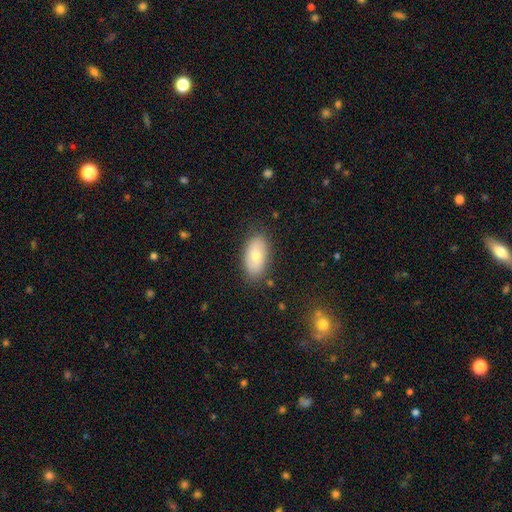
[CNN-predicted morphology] Overall: smooth (67%). How rounded: in between (93%). Merging: none (82%).